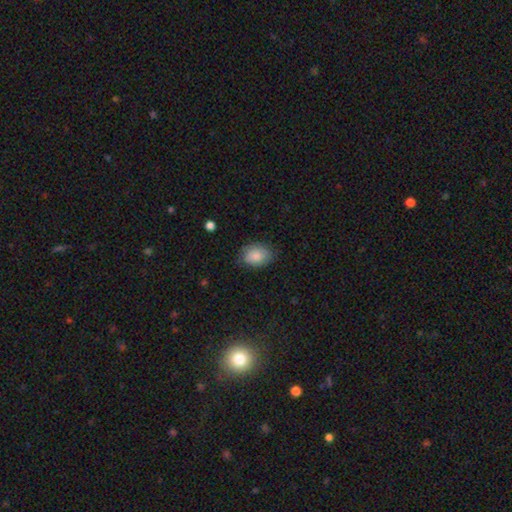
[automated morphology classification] Smooth or featured? smooth (85%)
How rounded? in between (72%)
Merging? none (77%)